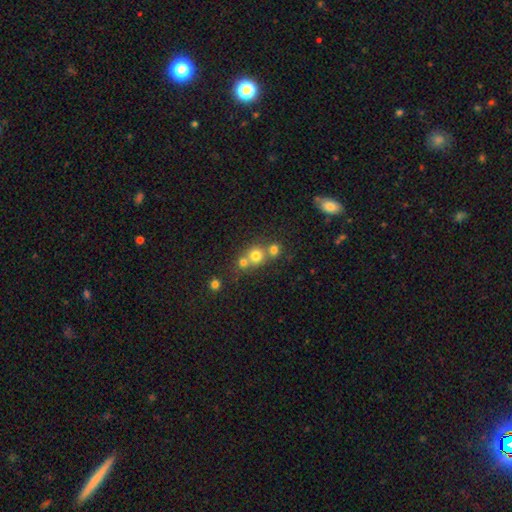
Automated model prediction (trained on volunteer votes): This appears to be a smooth galaxy with no disk features (72%) that is round (87%). Merging: none (46%).